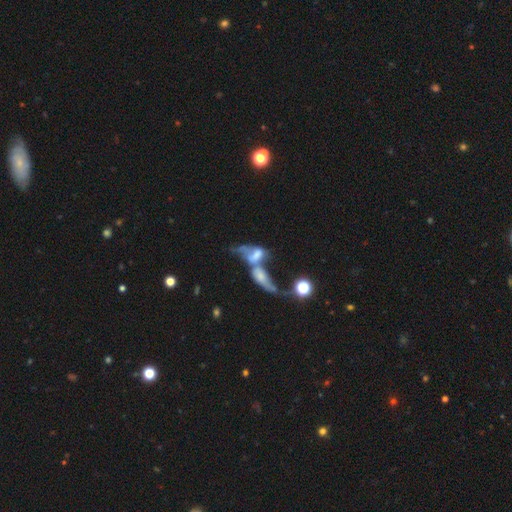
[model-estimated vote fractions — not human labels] Q: Smooth or featured?
A: featured or disk (57%); runner-up: smooth (30%)
Q: Edge-on disk?
A: no (88%); runner-up: yes (12%)
Q: Bar?
A: no (65%); runner-up: weak (24%)
Q: Spiral arms?
A: yes (51%); runner-up: no (49%)
Q: Bulge size?
A: none (31%); runner-up: moderate (27%)
Q: Merging?
A: merger (75%); runner-up: major disturbance (13%)